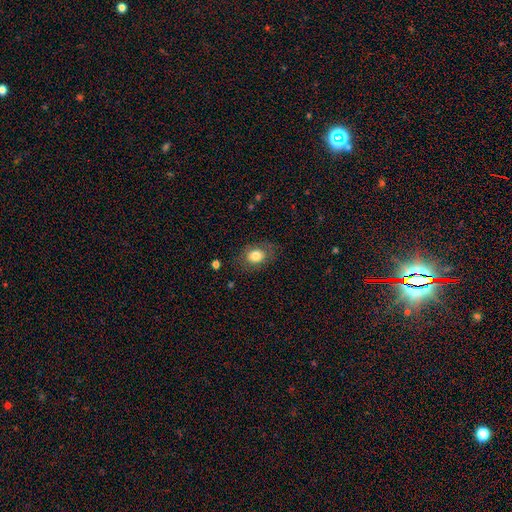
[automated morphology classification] Smooth or featured? Predicted: smooth (p=0.77). How rounded? Predicted: in between (p=0.65). Merging? Predicted: none (p=0.76).